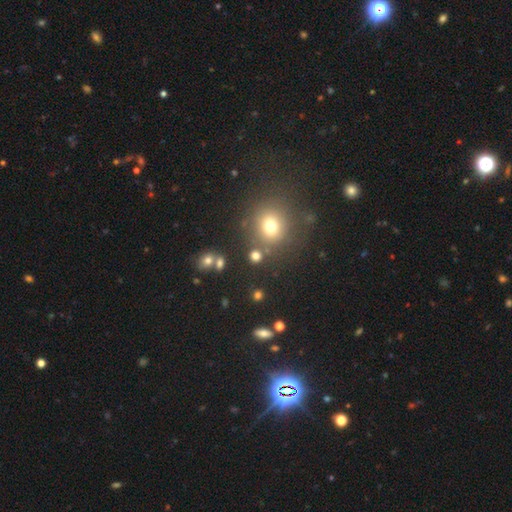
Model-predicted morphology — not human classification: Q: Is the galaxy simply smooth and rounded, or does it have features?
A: smooth — 71%.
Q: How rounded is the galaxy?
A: round — 86%.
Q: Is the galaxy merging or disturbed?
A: none — 77%.